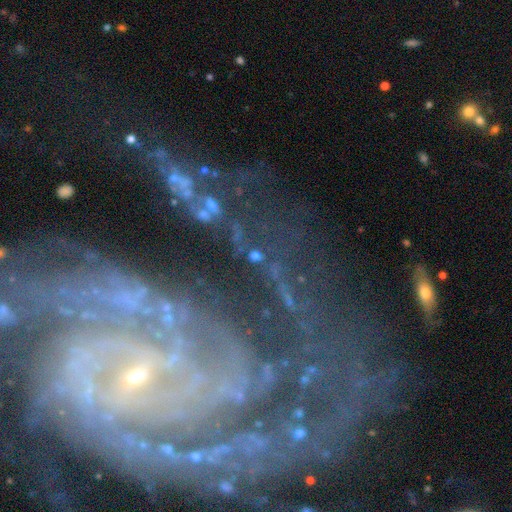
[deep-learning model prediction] Morphology: type=star or artifact (43%).